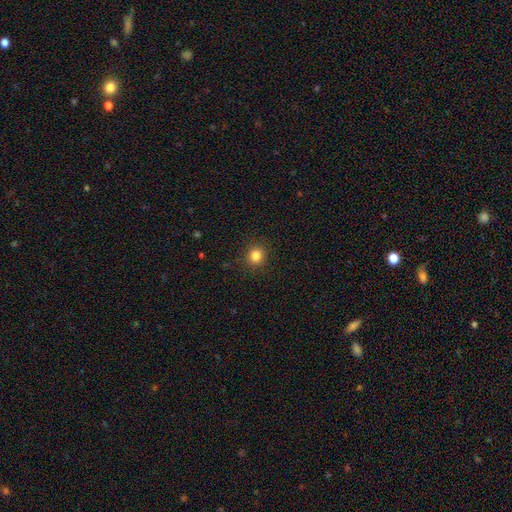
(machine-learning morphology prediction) Smooth or featured: smooth — 83% (star or artifact — 12%)
How rounded: round — 88% (in between — 11%)
Merging: none — 91% (minor disturbance — 6%)